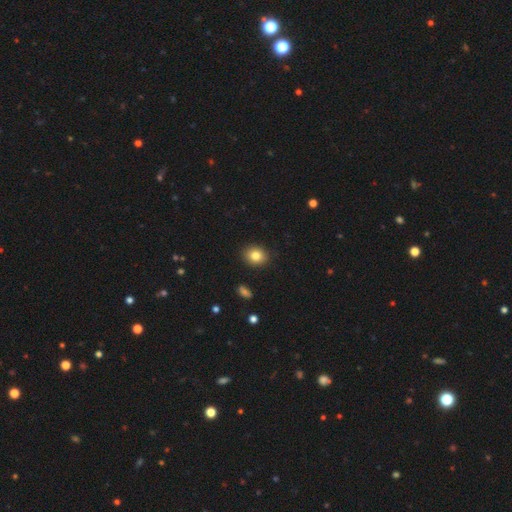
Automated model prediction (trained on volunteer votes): Smooth or featured?
  - smooth: 82% *
  - star or artifact: 10%
  - featured or disk: 8%
How rounded?
  - round: 59% *
  - in between: 40%
  - cigar-shaped: 1%
Merging?
  - none: 89% *
  - minor disturbance: 8%
  - major disturbance: 2%
  - merger: 1%